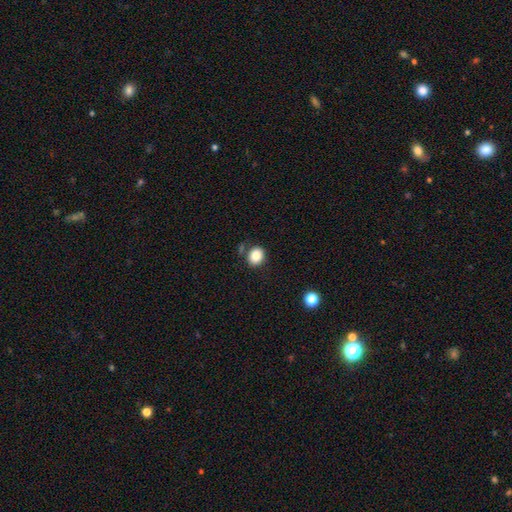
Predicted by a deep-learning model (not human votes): Smooth or featured? Predicted: smooth (p=0.84). How rounded? Predicted: round (p=0.65). Merging? Predicted: none (p=0.77).